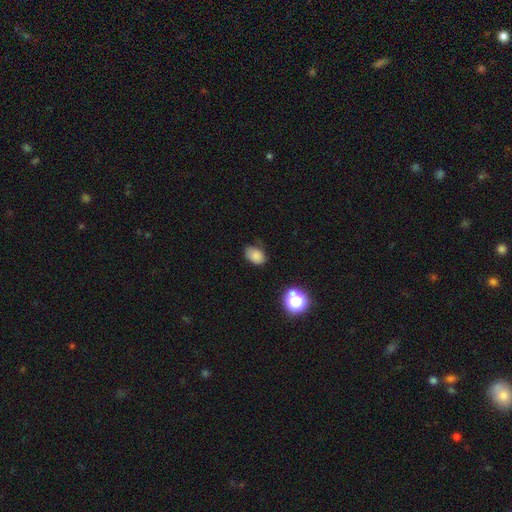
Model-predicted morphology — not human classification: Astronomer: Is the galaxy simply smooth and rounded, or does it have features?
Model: smooth — 81%.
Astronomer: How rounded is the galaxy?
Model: in between — 77%.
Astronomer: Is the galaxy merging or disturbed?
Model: none — 66%.